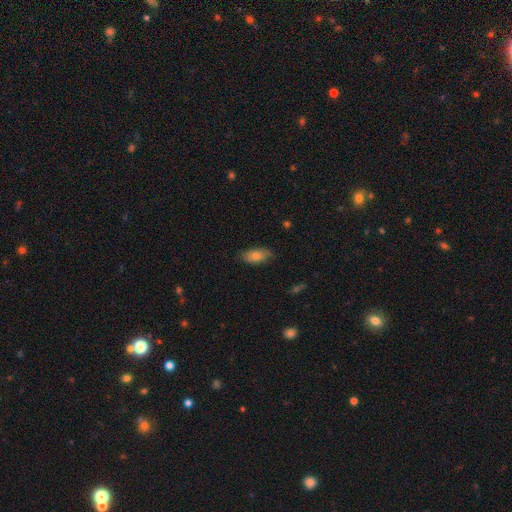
Morphology: type=smooth (76%); roundness=in between (89%); merging=none (85%).